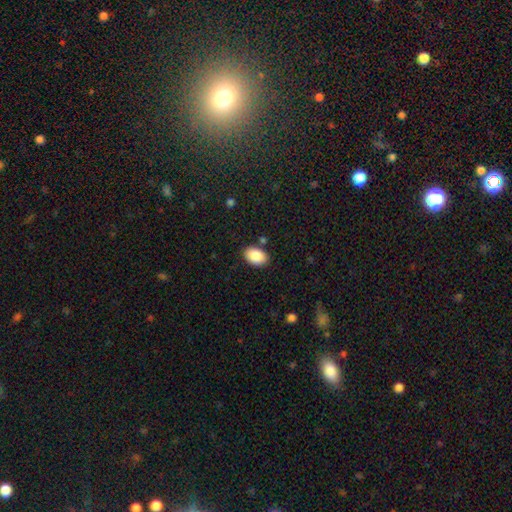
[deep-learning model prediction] This is clearly a smooth galaxy (88%). How rounded: clearly in between (87%). Merging: clearly none (85%).